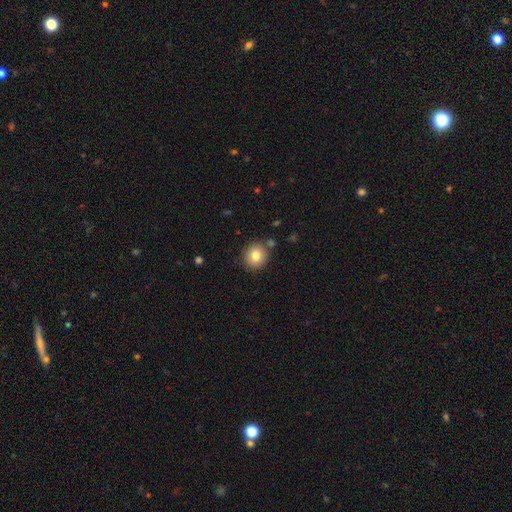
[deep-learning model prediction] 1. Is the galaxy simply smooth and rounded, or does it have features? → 79% smooth, 11% featured or disk, 10% star or artifact.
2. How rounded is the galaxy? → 84% round, 15% in between, 1% cigar-shaped.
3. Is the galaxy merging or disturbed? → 83% none, 9% minor disturbance, 6% merger, 3% major disturbance.